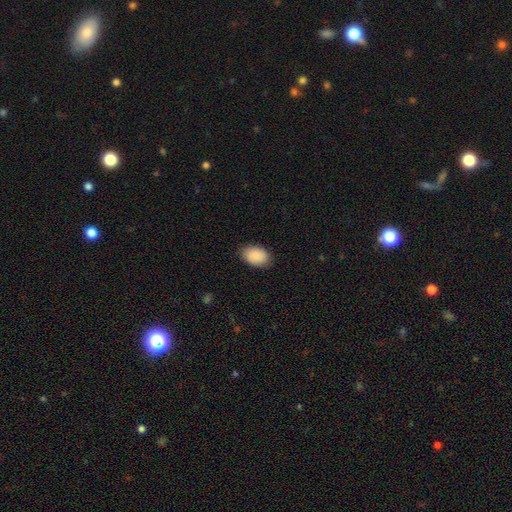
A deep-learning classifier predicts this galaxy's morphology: A smooth galaxy with no disk features (90%) that is in between round and cigar-shaped (87%). Merging: none (85%).